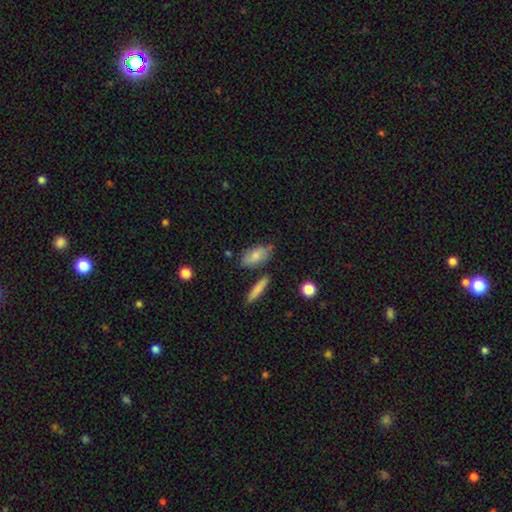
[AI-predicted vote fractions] smooth 77%, featured or disk 17%, star or artifact 7%. Down the decision tree: how rounded — in between (85%); merging — none (70%).